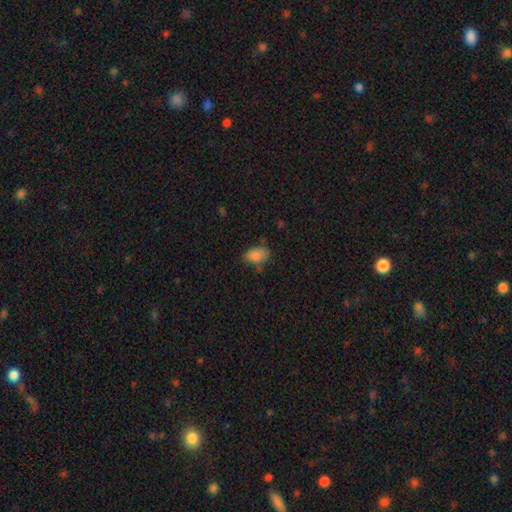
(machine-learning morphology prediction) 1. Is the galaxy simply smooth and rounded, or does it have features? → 82% smooth, 9% featured or disk, 9% star or artifact.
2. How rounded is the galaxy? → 88% in between, 11% round, 2% cigar-shaped.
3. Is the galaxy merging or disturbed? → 61% none, 27% minor disturbance, 7% major disturbance, 5% merger.